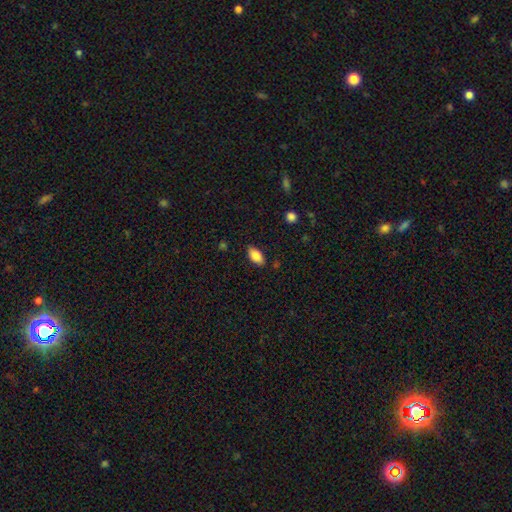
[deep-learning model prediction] Q: Smooth or featured?
A: smooth (86%); runner-up: star or artifact (8%)
Q: How rounded?
A: in between (92%); runner-up: cigar-shaped (4%)
Q: Merging?
A: none (85%); runner-up: minor disturbance (11%)